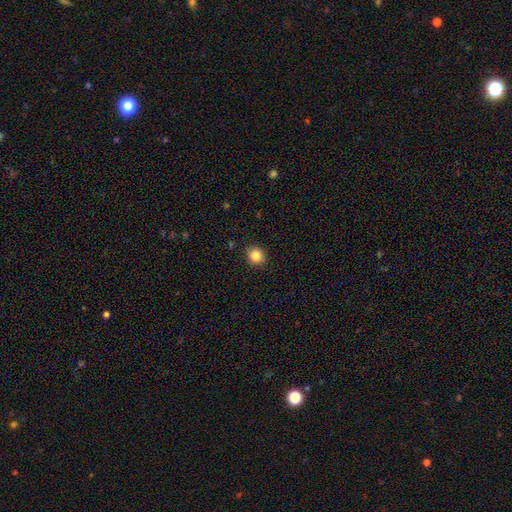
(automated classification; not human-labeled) Q: Smooth or featured?
A: smooth (85%); runner-up: star or artifact (10%)
Q: How rounded?
A: round (88%); runner-up: in between (11%)
Q: Merging?
A: none (91%); runner-up: minor disturbance (6%)